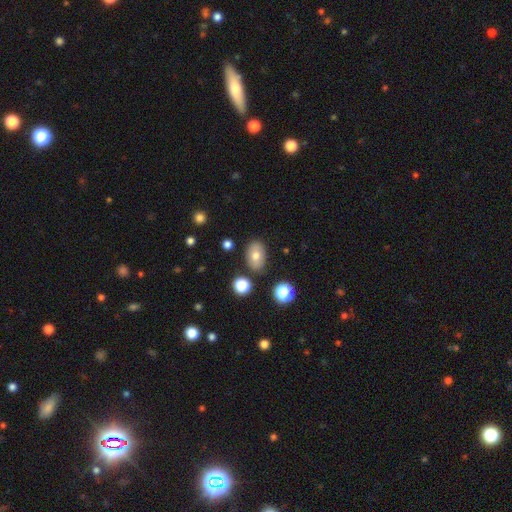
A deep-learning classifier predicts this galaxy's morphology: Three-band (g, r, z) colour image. It shows a smooth galaxy with no disk features (72%) that is in between round and cigar-shaped (85%). Merging: none (80%).